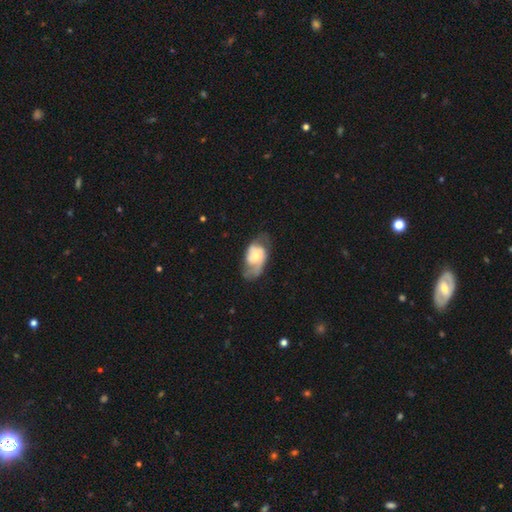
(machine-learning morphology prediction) A featured or disk galaxy (63%) with no bar (56%), spiral arms (84%) and a moderate central bulge (39%). Merging: none (51%).